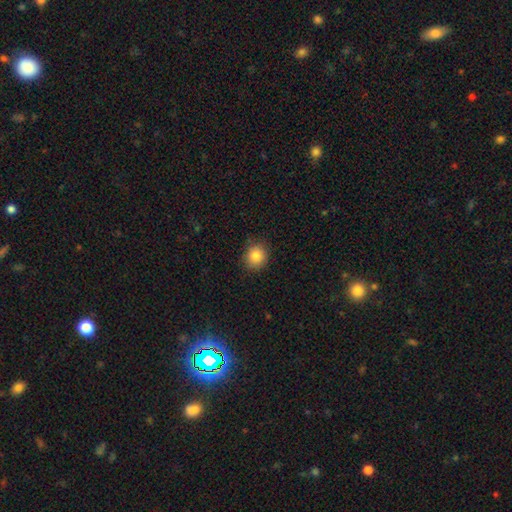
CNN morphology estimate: Smooth or featured? smooth (86%)
How rounded? round (85%)
Merging? none (86%)